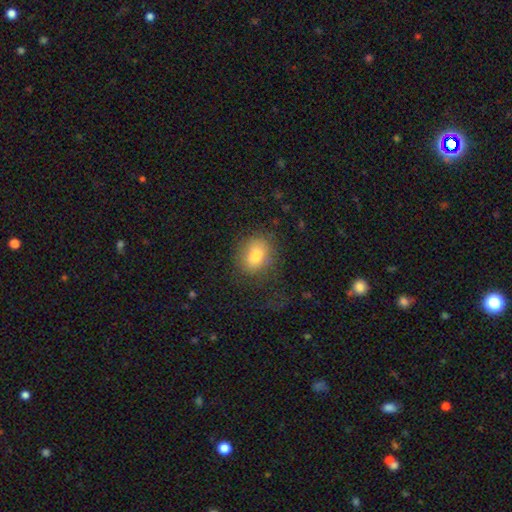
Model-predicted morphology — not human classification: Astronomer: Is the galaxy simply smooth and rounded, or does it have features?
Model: smooth — 77%.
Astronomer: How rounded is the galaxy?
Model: in between — 53% (runner-up: round, 45%).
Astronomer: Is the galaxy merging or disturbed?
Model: none — 65%.